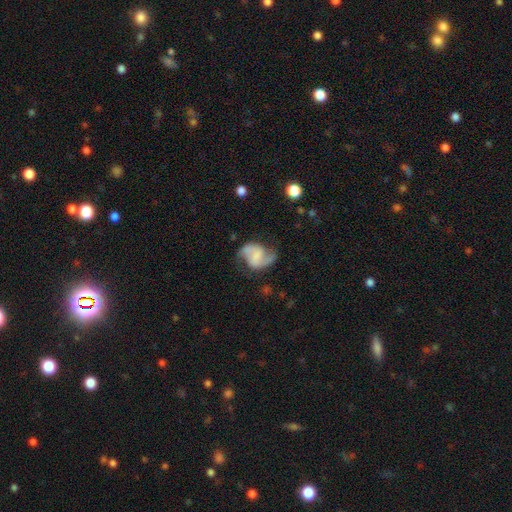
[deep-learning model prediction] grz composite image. It shows a featured or disk galaxy (79%) with a weak bar (44%), 2 (92%) medium (46%) spiral arms (95%) and no central bulge (48%). Merging: none (68%).